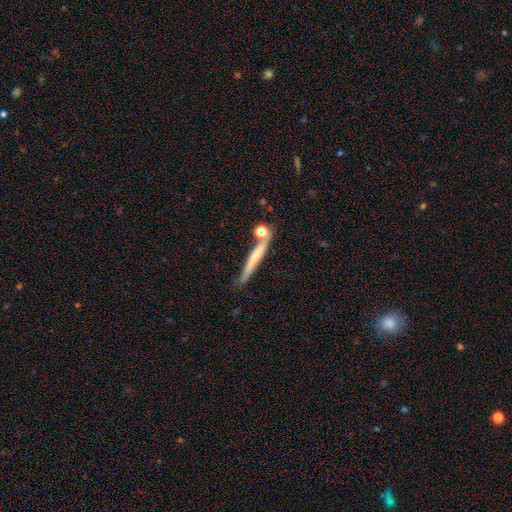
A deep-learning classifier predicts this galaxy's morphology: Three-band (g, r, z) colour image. It shows a smooth galaxy with no disk features (52%) that is cigar-shaped (93%). Merging: none (67%).